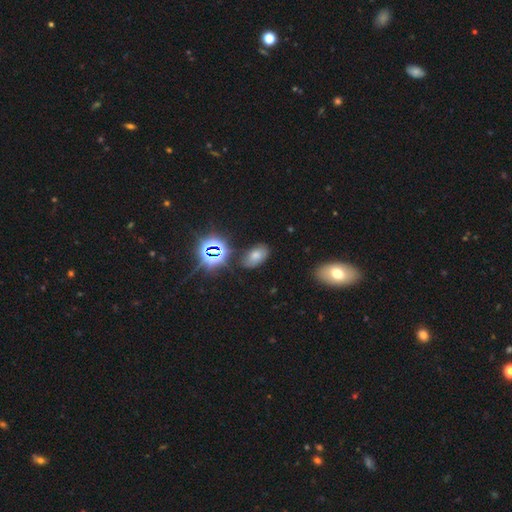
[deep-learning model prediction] This is likely a smooth galaxy (61%). How rounded: clearly in between (91%). Merging: likely none (76%).